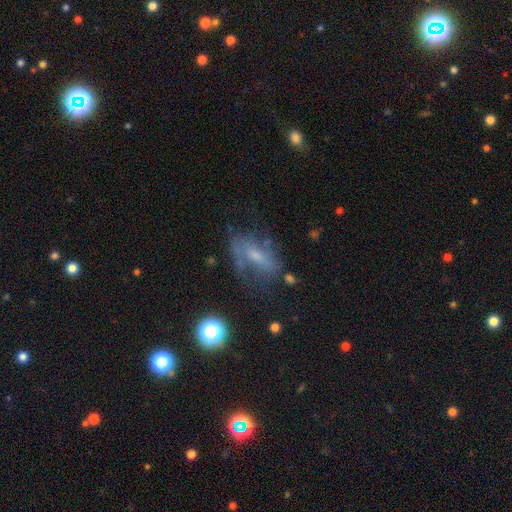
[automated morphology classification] smooth-or-featured: featured or disk: 50% | smooth: 35% | star or artifact: 15%
  disk-edge-on: no: 87% | yes: 13%
  merging: none: 49% | minor disturbance: 24% | major disturbance: 22% | merger: 5%